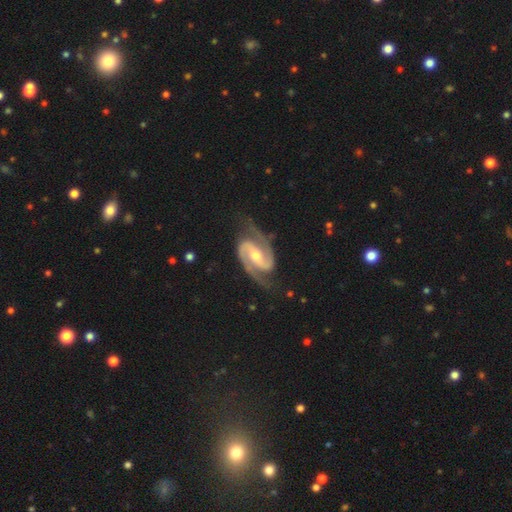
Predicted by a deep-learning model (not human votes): Smooth or featured? featured or disk (94%)
Edge-on disk? no (98%)
Bar? weak (41%)
Spiral arms? yes (99%)
Spiral winding? medium (58%)
Spiral arm count? 2 (94%)
Bulge size? moderate (64%)
Merging? none (76%)